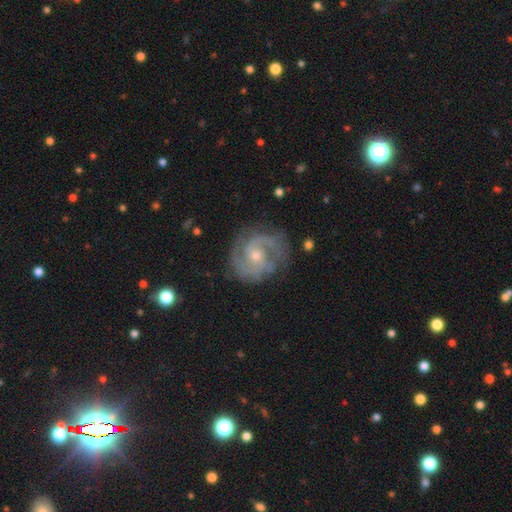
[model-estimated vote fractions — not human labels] Smooth or featured? featured or disk (90%)
Edge-on disk? no (98%)
Bar? no (62%)
Spiral arms? yes (98%)
Spiral winding? medium (48%)
Spiral arm count? 2 (76%)
Bulge size? small (61%)
Merging? none (78%)